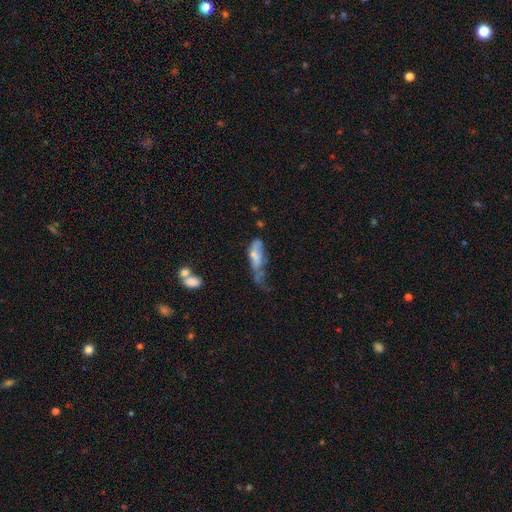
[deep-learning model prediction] Q: Smooth or featured?
A: smooth (60%); runner-up: featured or disk (31%)
Q: How rounded?
A: in between (66%); runner-up: cigar-shaped (31%)
Q: Merging?
A: major disturbance (45%); runner-up: minor disturbance (26%)